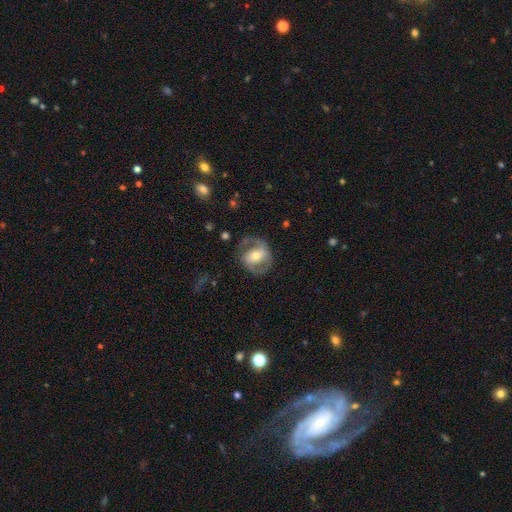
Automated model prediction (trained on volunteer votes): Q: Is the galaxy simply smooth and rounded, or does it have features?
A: featured or disk — 69%.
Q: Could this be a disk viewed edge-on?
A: no — 96%.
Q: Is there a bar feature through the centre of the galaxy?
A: no — 38%.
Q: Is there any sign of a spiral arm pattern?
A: yes — 73%.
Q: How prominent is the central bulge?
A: moderate — 65%.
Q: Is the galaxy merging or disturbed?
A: none — 67%.